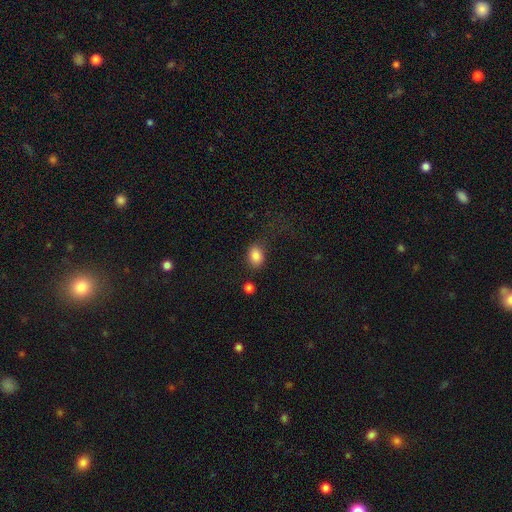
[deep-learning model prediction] This appears to be a smooth galaxy with no disk features (86%) that is in between round and cigar-shaped (67%). Merging: none (68%).